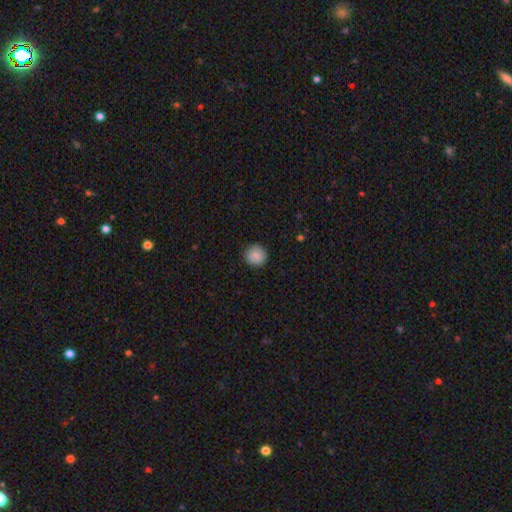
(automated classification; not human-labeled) This is clearly a smooth galaxy (89%). How rounded: clearly round (93%). Merging: clearly none (91%).